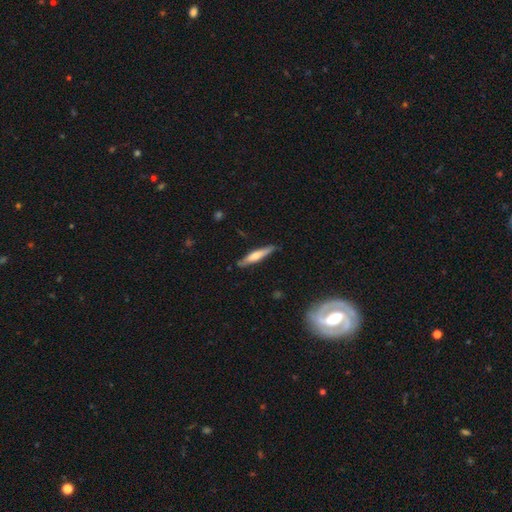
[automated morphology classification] type=smooth (50%); roundness=cigar-shaped (89%); merging=none (84%).